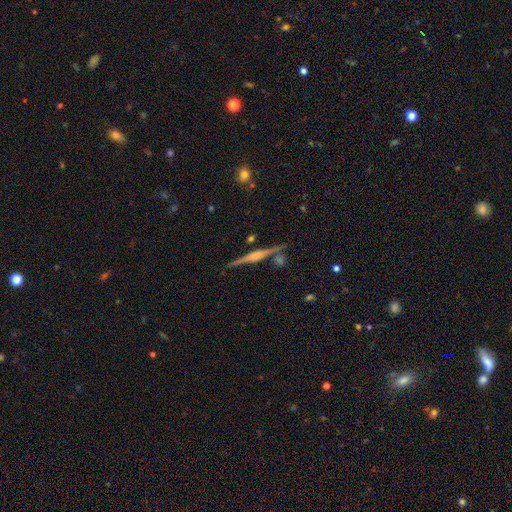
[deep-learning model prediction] Smooth or featured: featured or disk — 81% (smooth — 13%)
Edge-on disk: yes — 98% (no — 2%)
Edge-on bulge: rounded — 69% (boxy — 20%)
Merging: none — 84% (minor disturbance — 9%)